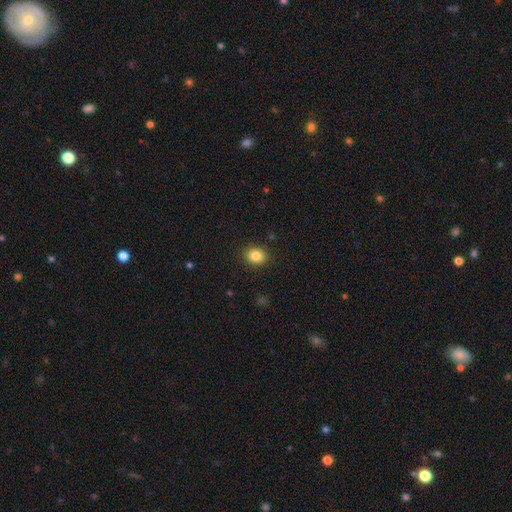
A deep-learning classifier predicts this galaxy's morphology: smooth 85%, star or artifact 10%, featured or disk 5%. Down the decision tree: how rounded — round (63%); merging — none (89%).